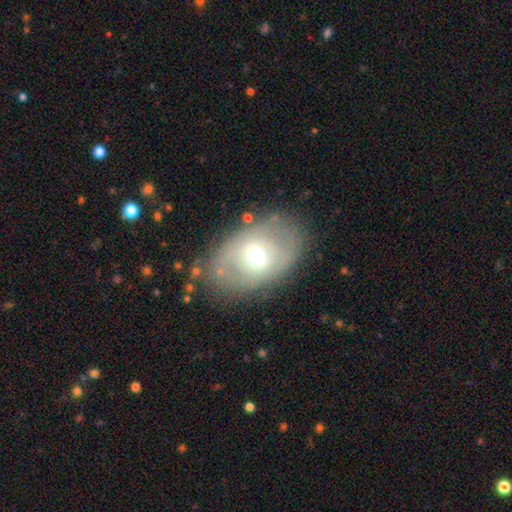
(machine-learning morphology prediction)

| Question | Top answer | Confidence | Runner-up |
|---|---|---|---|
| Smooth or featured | featured or disk | 50% | smooth (42%) |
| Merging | none | 77% | minor disturbance (15%) |